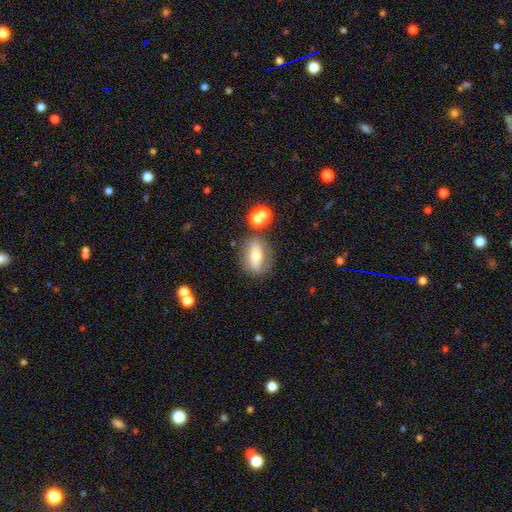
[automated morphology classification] type=smooth (52%); roundness=in between (66%); merging=none (70%).